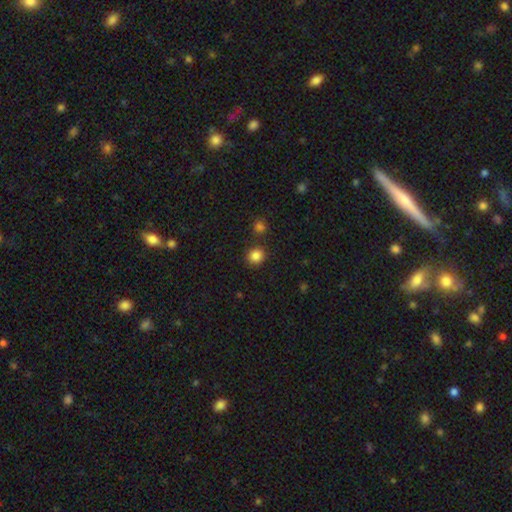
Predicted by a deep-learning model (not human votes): This appears to be a smooth galaxy with no disk features (85%) that is round (85%). Merging: none (85%).